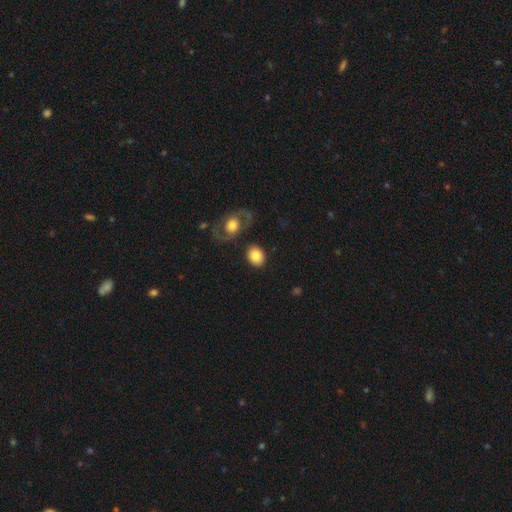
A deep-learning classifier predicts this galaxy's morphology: This appears to be a smooth galaxy with no disk features (81%) that is in between round and cigar-shaped (50%). Merging: none (80%).